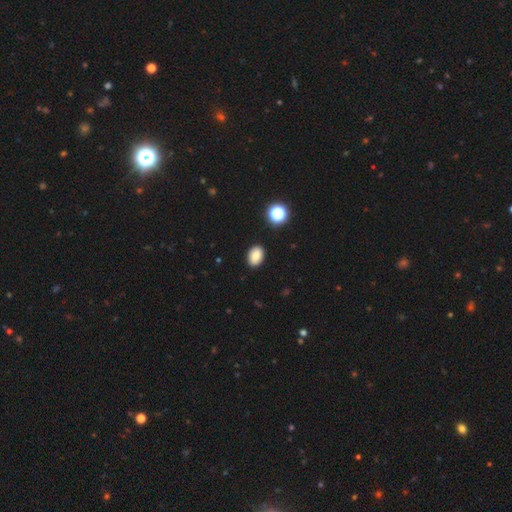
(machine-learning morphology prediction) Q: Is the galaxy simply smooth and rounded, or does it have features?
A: smooth — 79%.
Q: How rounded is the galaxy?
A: in between — 80%.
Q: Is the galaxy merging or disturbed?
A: none — 89%.